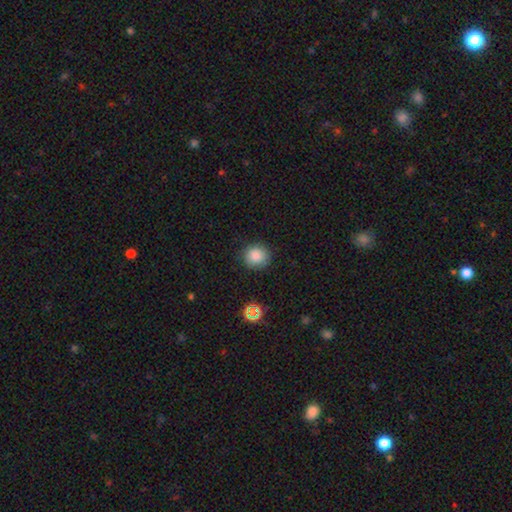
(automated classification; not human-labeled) smooth_or_featured: smooth (p=0.84) [alt: star or artifact p=0.11]
how_rounded: round (p=0.87) [alt: in between p=0.12]
merging: none (p=0.84) [alt: minor disturbance p=0.12]